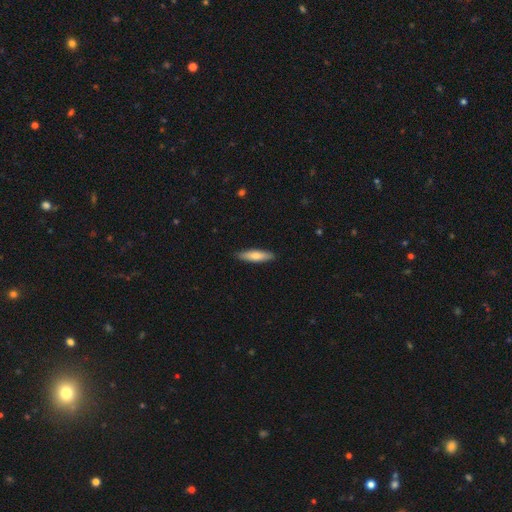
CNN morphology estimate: The model was most divided on "how rounded": cigar-shaped: 69%, in between: 29%, round: 2%. More confident: merging — none (89%); smooth or featured — smooth (74%).